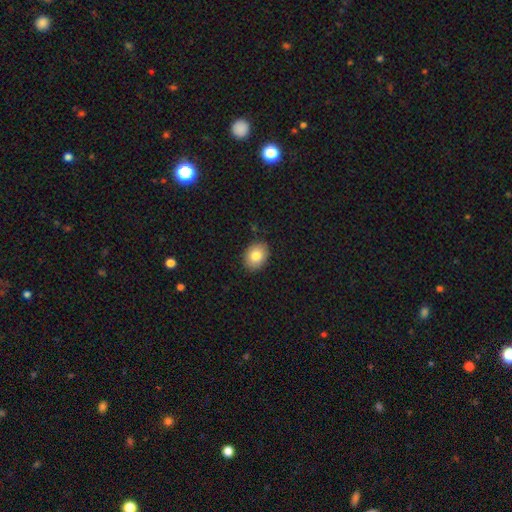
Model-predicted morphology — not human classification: Q: Smooth or featured?
A: smooth (82%); runner-up: featured or disk (10%)
Q: How rounded?
A: in between (59%); runner-up: round (40%)
Q: Merging?
A: none (88%); runner-up: minor disturbance (9%)